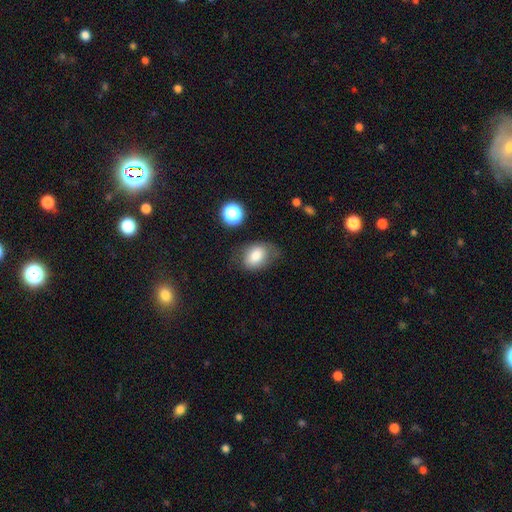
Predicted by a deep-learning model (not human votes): Morphology: type=smooth (76%); roundness=in between (75%); merging=none (59%).